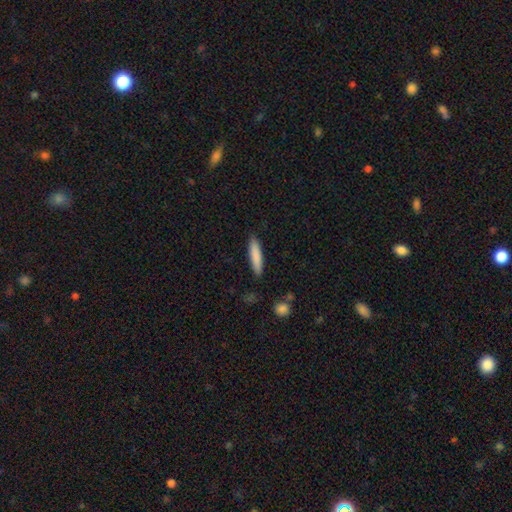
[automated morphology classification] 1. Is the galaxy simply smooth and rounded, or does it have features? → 84% smooth, 10% featured or disk, 6% star or artifact.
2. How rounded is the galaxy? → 82% cigar-shaped, 17% in between, 1% round.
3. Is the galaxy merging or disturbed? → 88% none, 8% minor disturbance, 2% major disturbance, 1% merger.